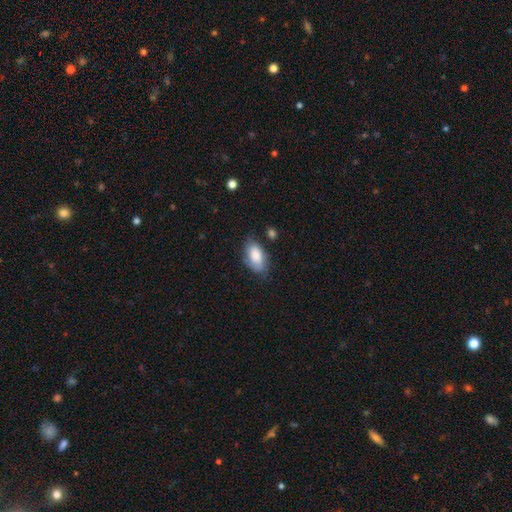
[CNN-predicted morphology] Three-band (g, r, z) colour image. It shows a smooth galaxy with no disk features (74%) that is in between round and cigar-shaped (93%). Merging: none (58%).